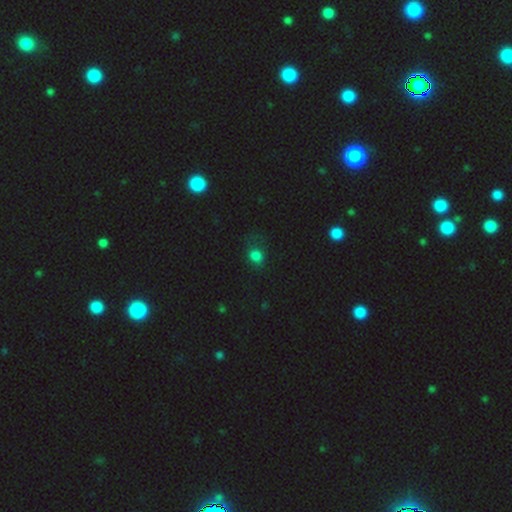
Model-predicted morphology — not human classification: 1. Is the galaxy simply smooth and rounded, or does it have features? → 75% smooth, 18% star or artifact, 7% featured or disk.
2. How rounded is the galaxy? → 63% round, 35% in between, 1% cigar-shaped.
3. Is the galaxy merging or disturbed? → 61% none, 23% minor disturbance, 14% major disturbance, 2% merger.